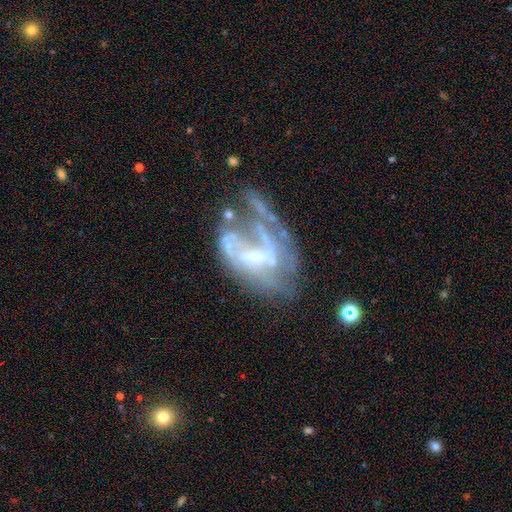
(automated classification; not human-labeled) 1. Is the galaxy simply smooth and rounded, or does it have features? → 77% featured or disk, 12% smooth, 10% star or artifact.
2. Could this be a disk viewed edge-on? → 97% no, 3% yes.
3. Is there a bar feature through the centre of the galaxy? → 42% weak, 40% no, 17% strong.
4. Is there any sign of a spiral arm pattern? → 64% yes, 36% no.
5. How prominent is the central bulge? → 50% small, 28% moderate, 19% none, 3% large, 1% dominant.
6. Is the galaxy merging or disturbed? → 41% major disturbance, 29% none, 19% minor disturbance, 11% merger.